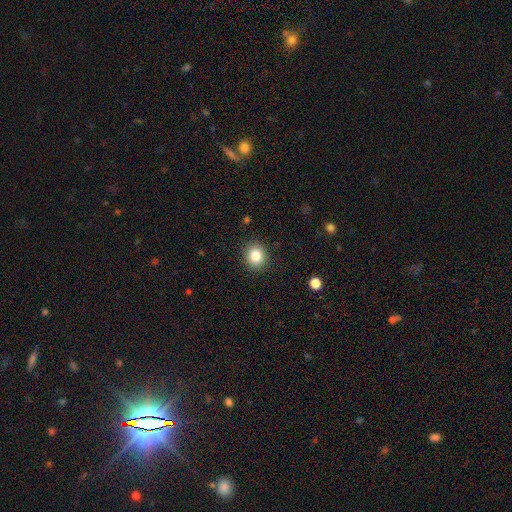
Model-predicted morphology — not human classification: A smooth galaxy with no disk features (83%) that is round (80%). Merging: none (90%).